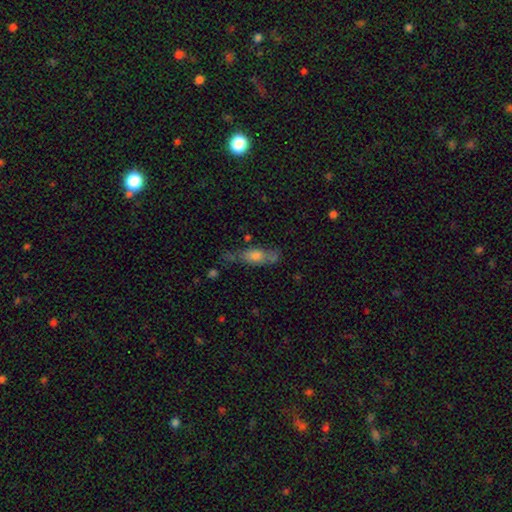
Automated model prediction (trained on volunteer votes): This appears to be a smooth galaxy with no disk features (57%) that is in between round and cigar-shaped (57%). Merging: none (47%).